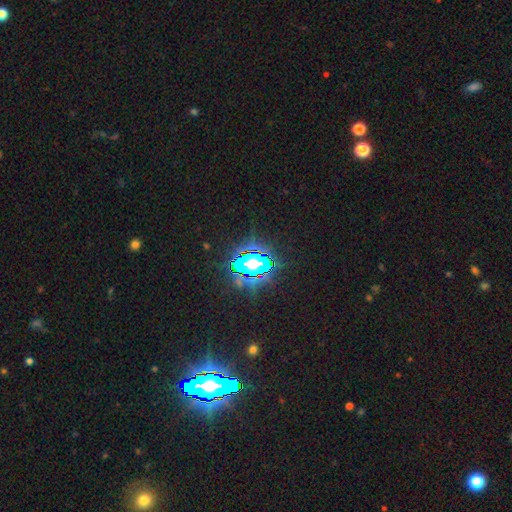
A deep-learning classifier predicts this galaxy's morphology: smooth_or_featured: star or artifact (p=0.76) [alt: smooth p=0.14]